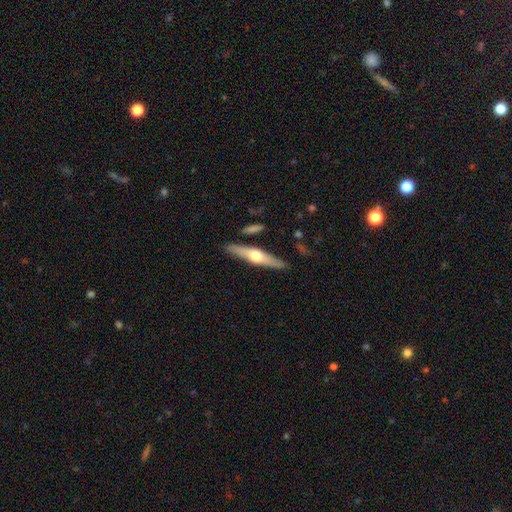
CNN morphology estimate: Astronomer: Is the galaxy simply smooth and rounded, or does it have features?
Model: featured or disk — 61%.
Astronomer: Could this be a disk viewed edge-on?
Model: yes — 95%.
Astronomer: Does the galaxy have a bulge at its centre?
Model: rounded — 93%.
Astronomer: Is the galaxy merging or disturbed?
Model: none — 87%.